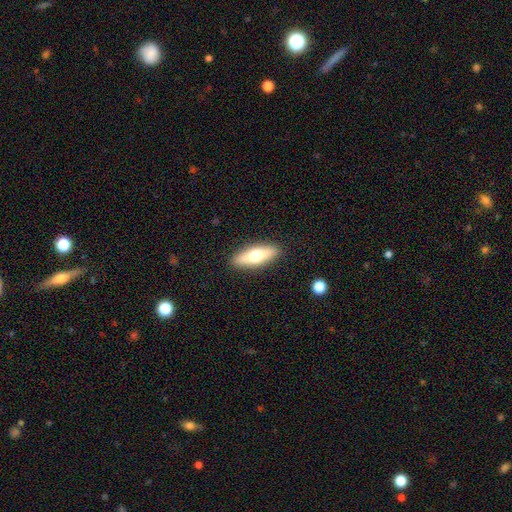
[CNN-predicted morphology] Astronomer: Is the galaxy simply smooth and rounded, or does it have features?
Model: smooth — 58% (runner-up: featured or disk, 36%).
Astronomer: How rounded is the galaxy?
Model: in between — 52% (runner-up: cigar-shaped, 45%).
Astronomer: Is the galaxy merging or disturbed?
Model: none — 89%.